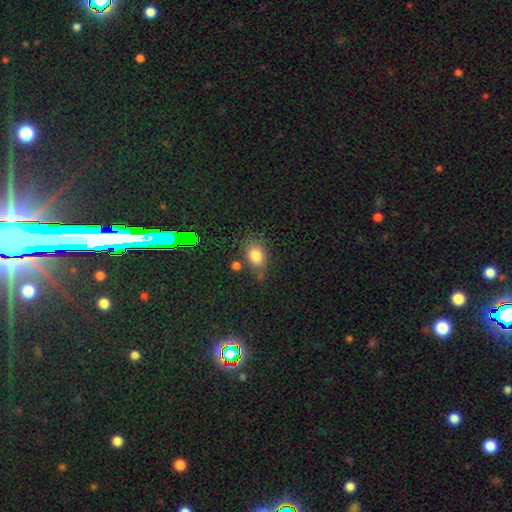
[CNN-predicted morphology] smooth_or_featured: smooth (p=0.78) [alt: star or artifact p=0.13]
how_rounded: in between (p=0.67) [alt: round p=0.31]
merging: none (p=0.64) [alt: minor disturbance p=0.22]